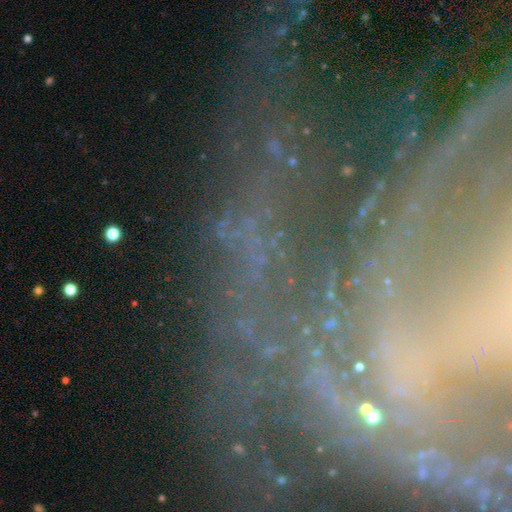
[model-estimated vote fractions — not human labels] star or artifact 45%, featured or disk 40%, smooth 14%.